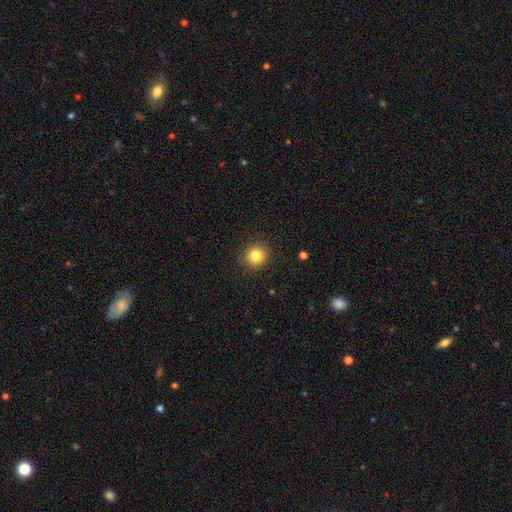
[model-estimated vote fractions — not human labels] Smooth or featured? smooth (83%)
How rounded? round (91%)
Merging? none (90%)